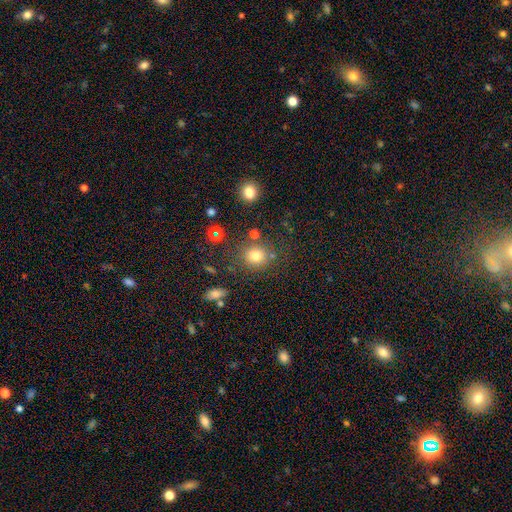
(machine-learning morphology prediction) The model was most divided on "smooth or featured": smooth: 75%, star or artifact: 17%, featured or disk: 8%. More confident: how rounded — round (84%); merging — none (77%).